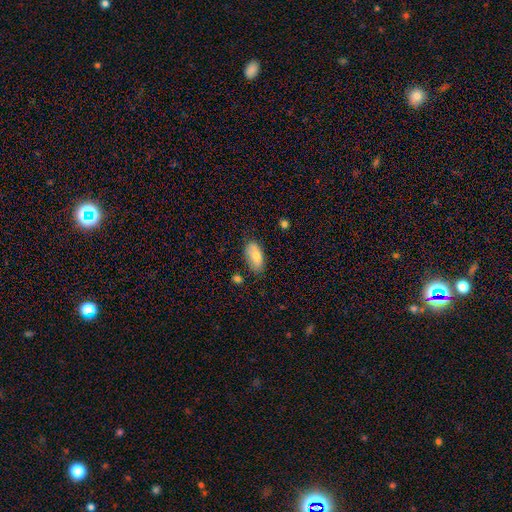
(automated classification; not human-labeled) smooth 79%, featured or disk 14%, star or artifact 7%. Down the decision tree: how rounded — in between (92%); merging — none (70%).